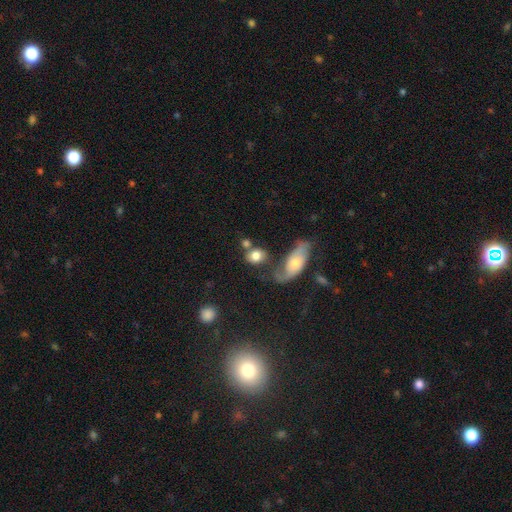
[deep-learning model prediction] Smooth or featured? Predicted: smooth (p=0.77). How rounded? Predicted: round (p=0.49). Merging? Predicted: none (p=0.48).